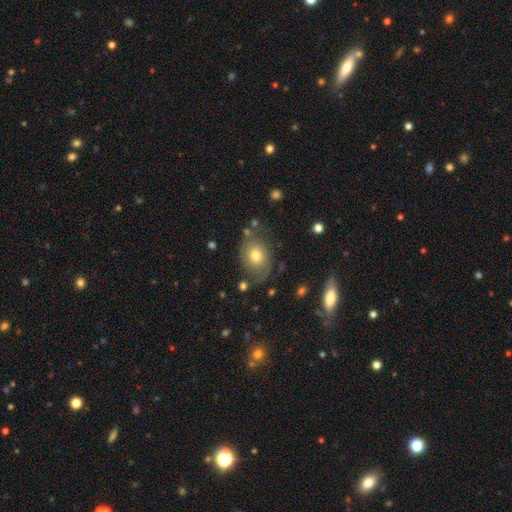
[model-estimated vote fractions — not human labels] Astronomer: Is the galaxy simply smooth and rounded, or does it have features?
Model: smooth — 56% (runner-up: featured or disk, 33%).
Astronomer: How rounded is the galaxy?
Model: in between — 58% (runner-up: round, 40%).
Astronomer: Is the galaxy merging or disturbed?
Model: none — 69%.